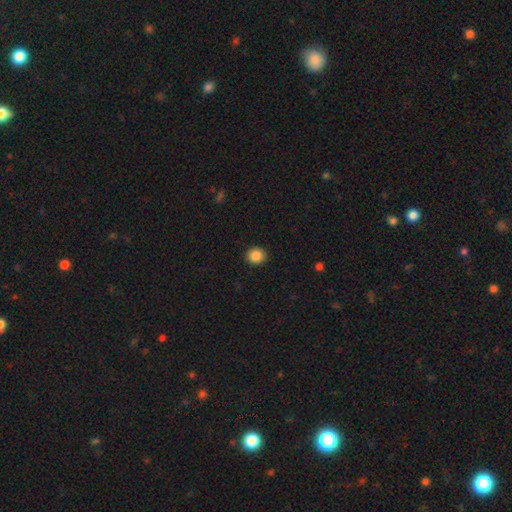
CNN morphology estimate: A smooth galaxy with no disk features (87%) that is round (82%). Merging: none (92%).